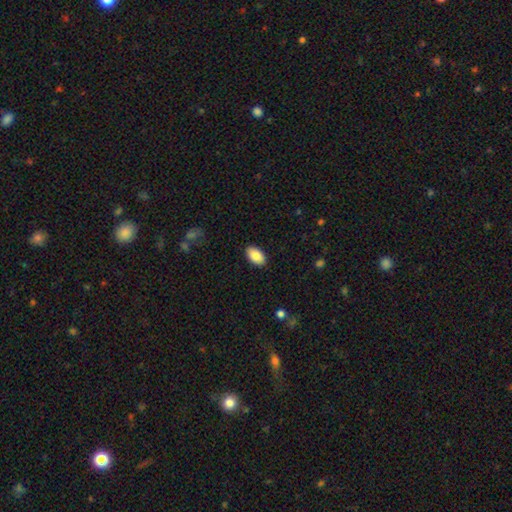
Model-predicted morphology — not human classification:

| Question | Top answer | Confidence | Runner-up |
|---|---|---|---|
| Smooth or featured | smooth | 85% | featured or disk (8%) |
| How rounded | in between | 94% | round (4%) |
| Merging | none | 89% | minor disturbance (8%) |